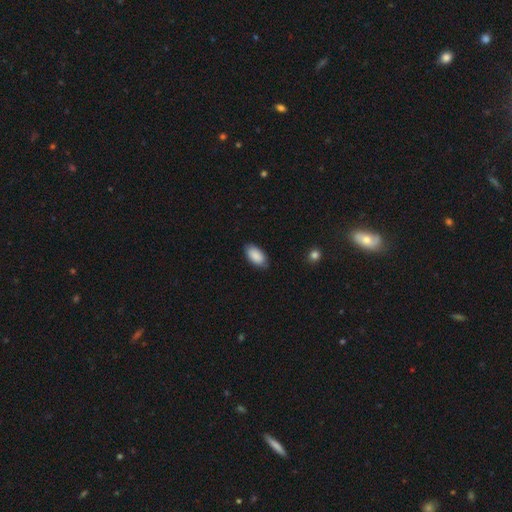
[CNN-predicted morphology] smooth-or-featured: smooth: 89% | star or artifact: 6% | featured or disk: 5%
  how-rounded: in between: 94% | cigar-shaped: 3% | round: 2%
  merging: none: 84% | minor disturbance: 13% | major disturbance: 2% | merger: 1%